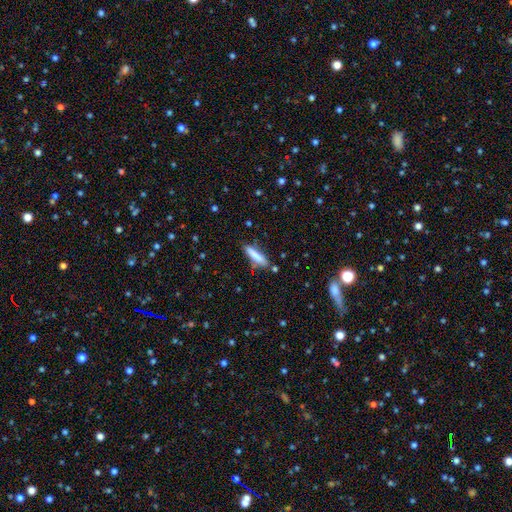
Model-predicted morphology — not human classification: The model was most divided on "how rounded": cigar-shaped: 77%, in between: 22%, round: 1%. More confident: smooth or featured — smooth (81%); merging — none (78%).